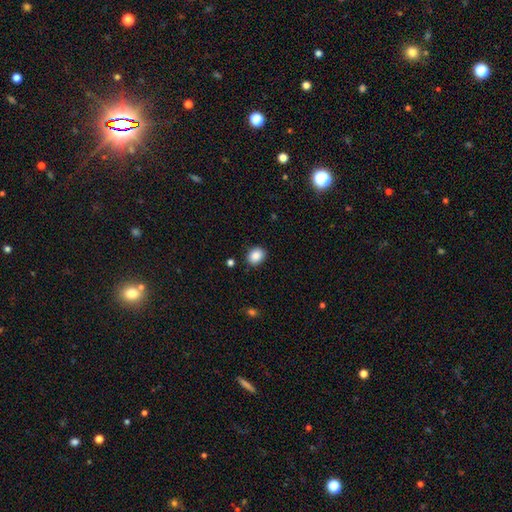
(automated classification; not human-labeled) Smooth or featured? smooth (87%)
How rounded? round (54%)
Merging? none (88%)